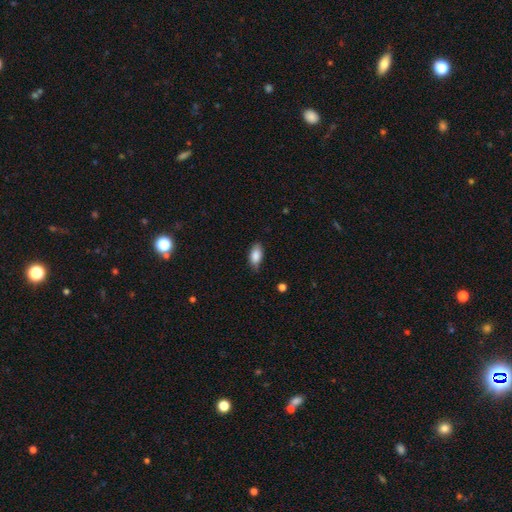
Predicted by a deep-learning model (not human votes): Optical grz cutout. It shows a smooth galaxy with no disk features (86%) that is in between round and cigar-shaped (91%). Merging: none (69%).